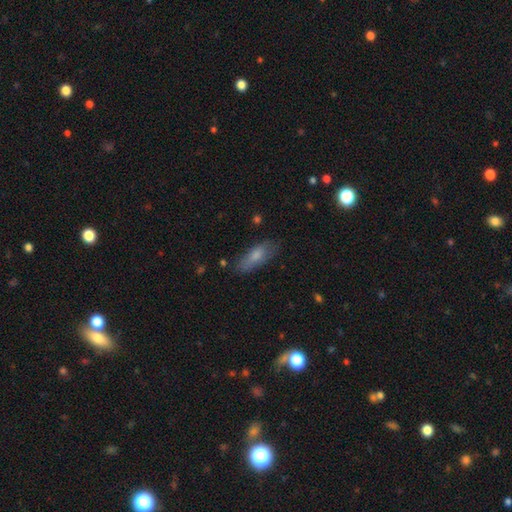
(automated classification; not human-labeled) Smooth or featured? smooth (75%)
How rounded? in between (66%)
Merging? none (71%)